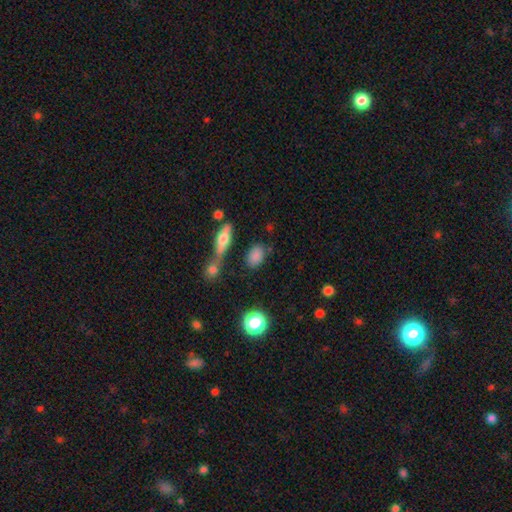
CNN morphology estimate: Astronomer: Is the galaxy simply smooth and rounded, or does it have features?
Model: smooth — 80%.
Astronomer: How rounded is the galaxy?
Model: in between — 79%.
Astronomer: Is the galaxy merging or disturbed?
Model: none — 69%.